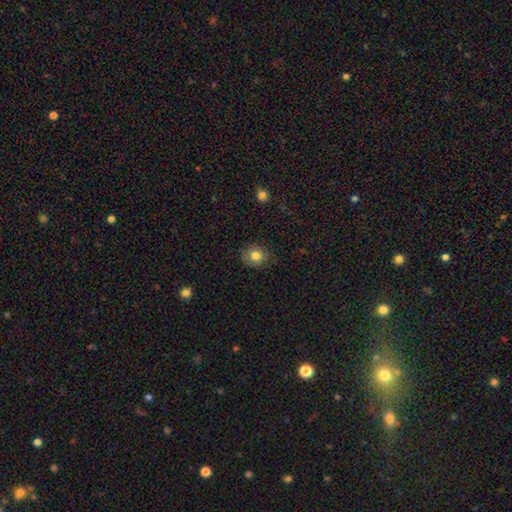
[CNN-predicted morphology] smooth 80%, star or artifact 10%, featured or disk 10%. Down the decision tree: how rounded — round (76%); merging — none (84%).